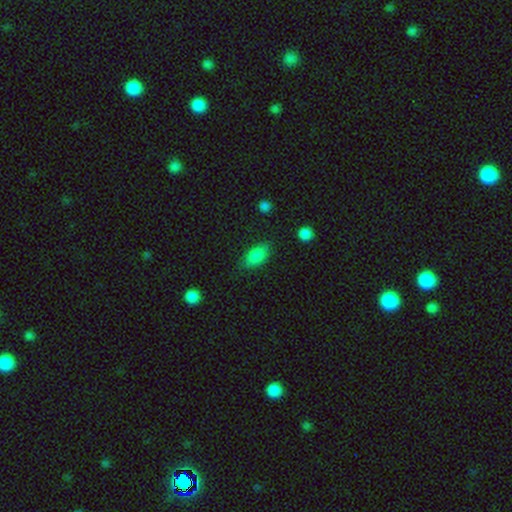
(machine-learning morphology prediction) Smooth or featured: smooth — 84% (star or artifact — 9%)
How rounded: in between — 89% (cigar-shaped — 6%)
Merging: none — 76% (minor disturbance — 18%)